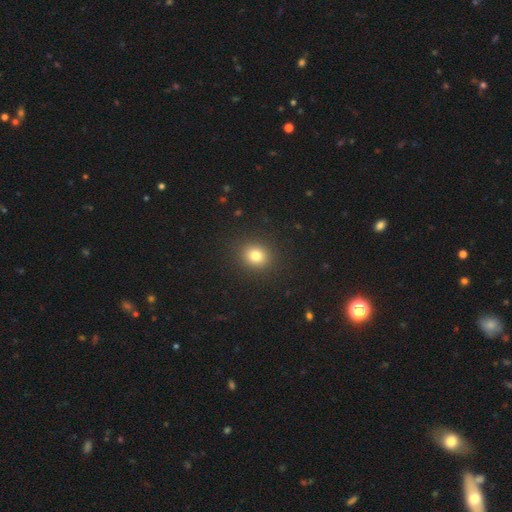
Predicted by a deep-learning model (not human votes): A smooth galaxy with no disk features (80%) that is round (77%). Merging: none (90%).